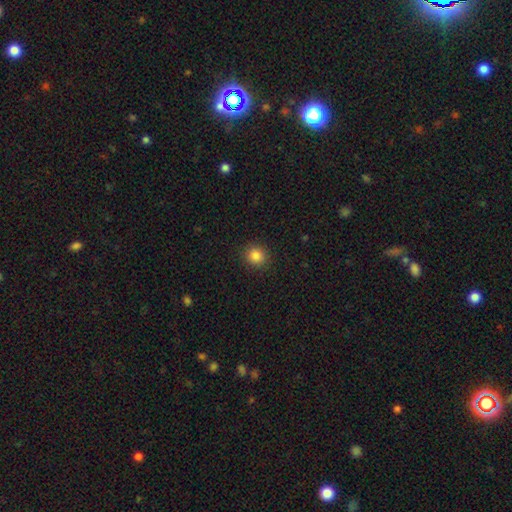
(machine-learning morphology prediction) A smooth galaxy with no disk features (85%) that is round (87%).

Vote fractions:
- Smooth or featured? smooth: 85% / star or artifact: 11% / featured or disk: 4%
- How rounded? round: 87% / in between: 12% / cigar-shaped: 1%
- Merging? none: 91% / minor disturbance: 6% / major disturbance: 2% / merger: 1%